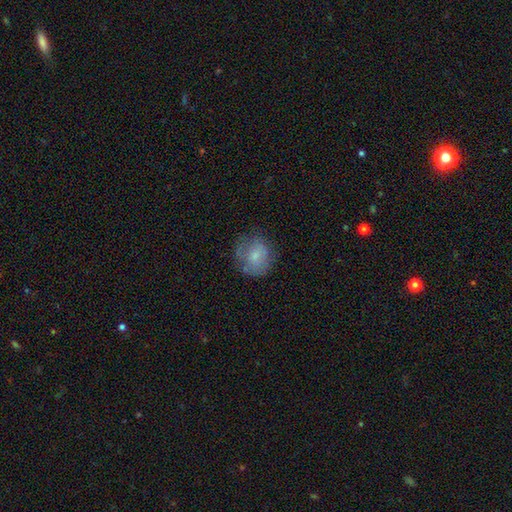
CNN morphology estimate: This is likely a smooth galaxy (69%). How rounded: clearly round (80%). Merging: likely none (64%).